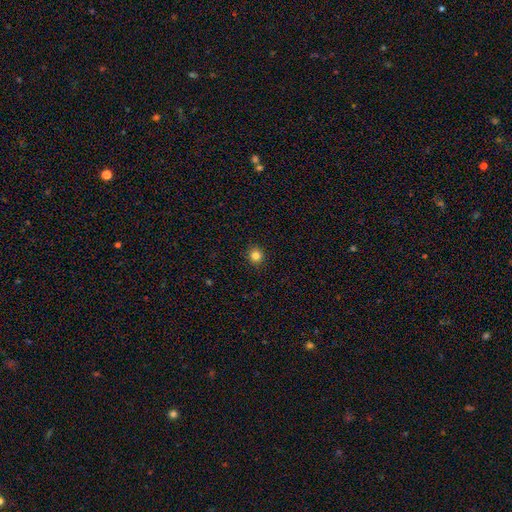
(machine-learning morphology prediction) smooth 83%, star or artifact 12%, featured or disk 5%. Down the decision tree: how rounded — round (91%); merging — none (92%).